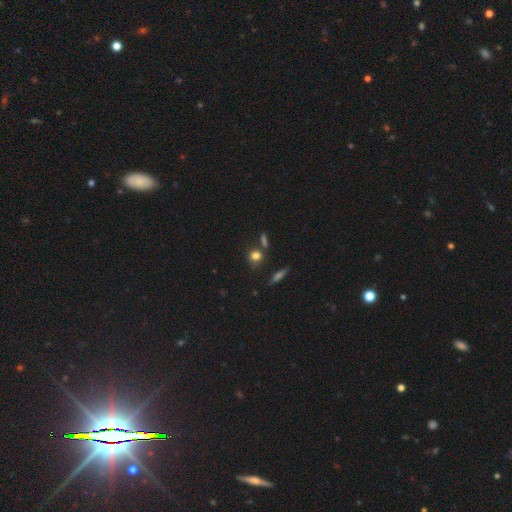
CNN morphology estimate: Overall: smooth (77%). How rounded: round (71%). Merging: none (70%).